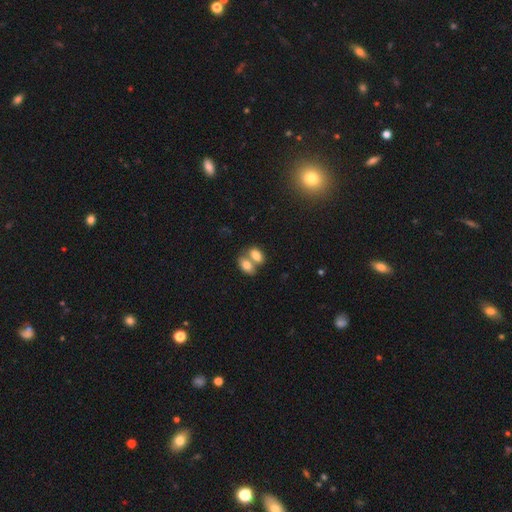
Smooth or featured? 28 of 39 (72%) said smooth. How rounded? 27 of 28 (96%) said in between. Merging? 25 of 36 (69%) said merger.